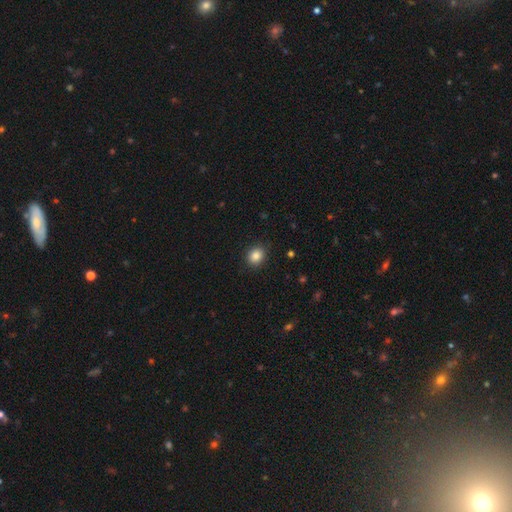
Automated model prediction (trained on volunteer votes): smooth-or-featured: smooth: 86% | star or artifact: 10% | featured or disk: 4%
  how-rounded: round: 67% | in between: 32% | cigar-shaped: 1%
  merging: none: 88% | minor disturbance: 8% | major disturbance: 2% | merger: 1%